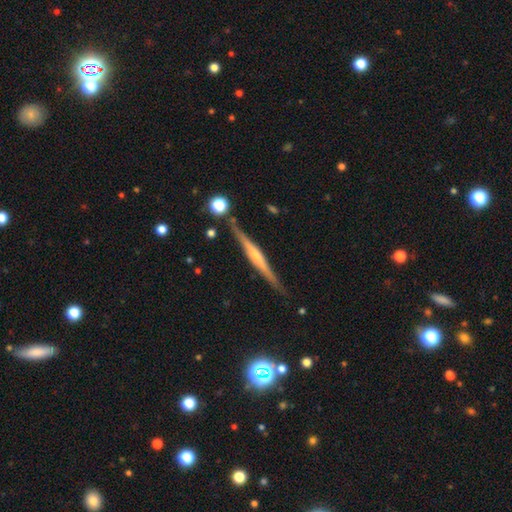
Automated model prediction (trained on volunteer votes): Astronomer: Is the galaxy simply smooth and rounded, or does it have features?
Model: featured or disk — 76%.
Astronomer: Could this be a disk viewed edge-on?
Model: yes — 98%.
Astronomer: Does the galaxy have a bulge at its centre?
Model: rounded — 70%.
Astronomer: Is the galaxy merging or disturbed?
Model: none — 86%.